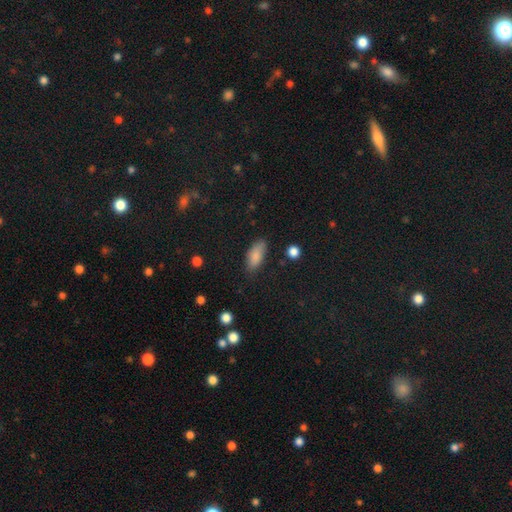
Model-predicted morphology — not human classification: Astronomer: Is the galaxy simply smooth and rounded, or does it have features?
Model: smooth — 85%.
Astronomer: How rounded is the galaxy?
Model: in between — 85%.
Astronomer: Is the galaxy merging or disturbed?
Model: none — 73%.